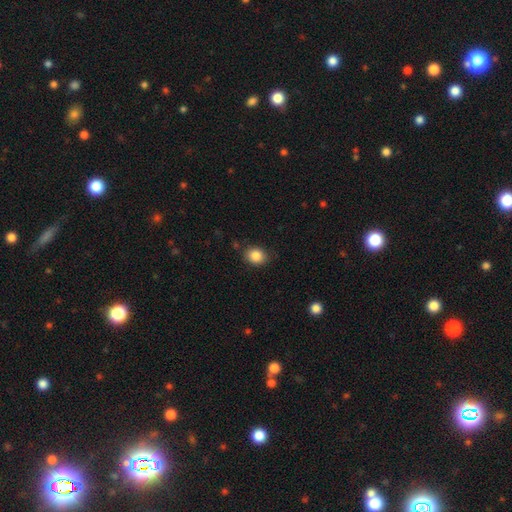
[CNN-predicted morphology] This is clearly a smooth galaxy (87%). How rounded: possibly round (53%). Merging: clearly none (82%).